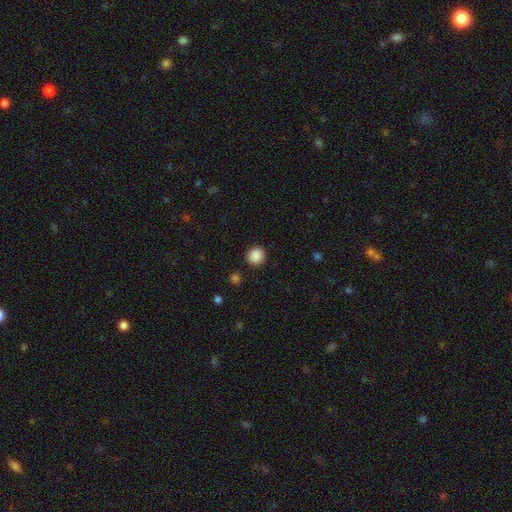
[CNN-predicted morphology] Smooth or featured?
  - smooth: 88% *
  - star or artifact: 9%
  - featured or disk: 3%
How rounded?
  - round: 88% *
  - in between: 11%
  - cigar-shaped: 1%
Merging?
  - none: 90% *
  - minor disturbance: 7%
  - major disturbance: 2%
  - merger: 2%